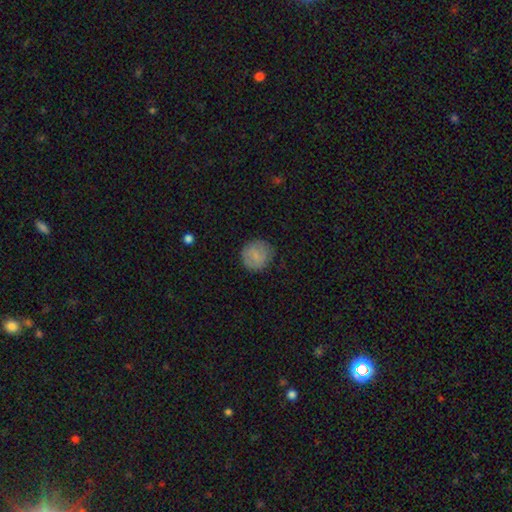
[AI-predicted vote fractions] A smooth galaxy with no disk features (76%) that is round (91%).

Vote fractions:
- Smooth or featured? smooth: 76% / featured or disk: 16% / star or artifact: 8%
- How rounded? round: 91% / in between: 8% / cigar-shaped: 1%
- Merging? none: 79% / minor disturbance: 15% / major disturbance: 4% / merger: 1%